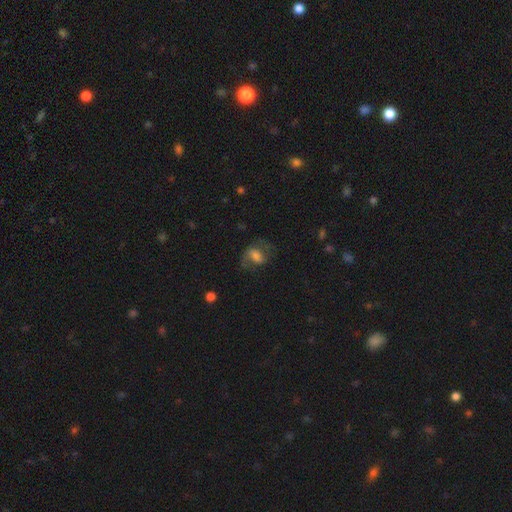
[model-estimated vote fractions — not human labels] This is possibly a featured or disk galaxy (55%). It is clearly not viewed edge-on (96%). Bar: marginally weak (44%). Spiral arm pattern: clearly yes (86%). Central bulge: marginally moderate (39%). Merging: possibly none (56%).